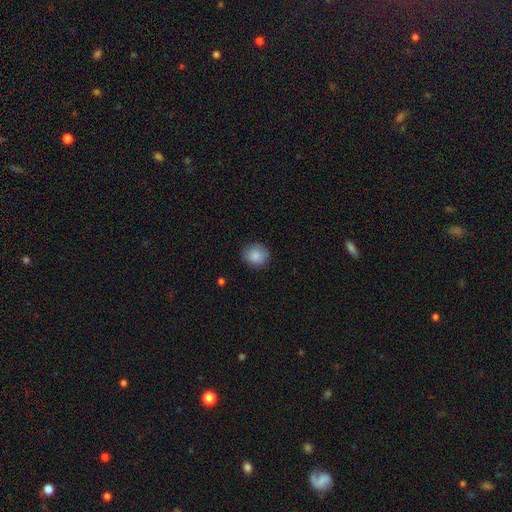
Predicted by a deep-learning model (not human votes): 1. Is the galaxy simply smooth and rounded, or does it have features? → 87% smooth, 8% star or artifact, 5% featured or disk.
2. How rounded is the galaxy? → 80% round, 19% in between, 1% cigar-shaped.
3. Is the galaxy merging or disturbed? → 85% none, 11% minor disturbance, 3% major disturbance, 1% merger.